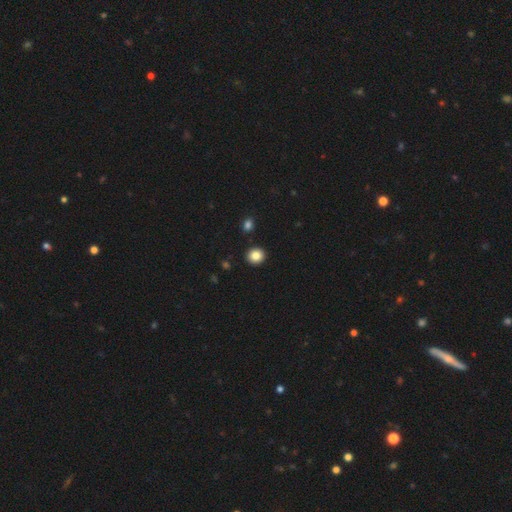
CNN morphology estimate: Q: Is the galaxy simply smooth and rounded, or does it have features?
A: smooth — 85%.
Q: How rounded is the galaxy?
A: round — 86%.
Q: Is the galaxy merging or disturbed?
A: none — 91%.